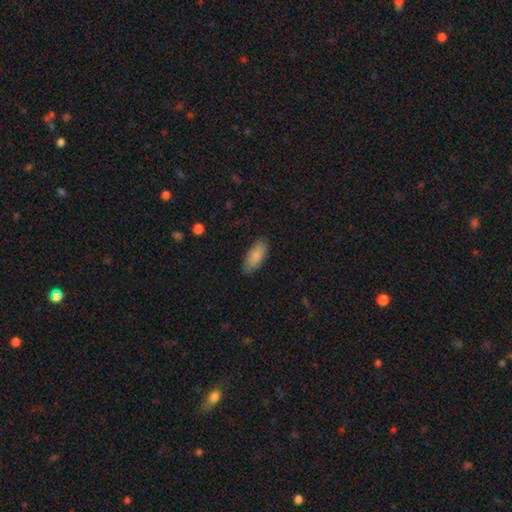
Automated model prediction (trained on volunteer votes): Smooth or featured?
  - smooth: 81% *
  - featured or disk: 13%
  - star or artifact: 6%
How rounded?
  - in between: 88% *
  - cigar-shaped: 10%
  - round: 2%
Merging?
  - none: 82% *
  - minor disturbance: 14%
  - major disturbance: 3%
  - merger: 1%